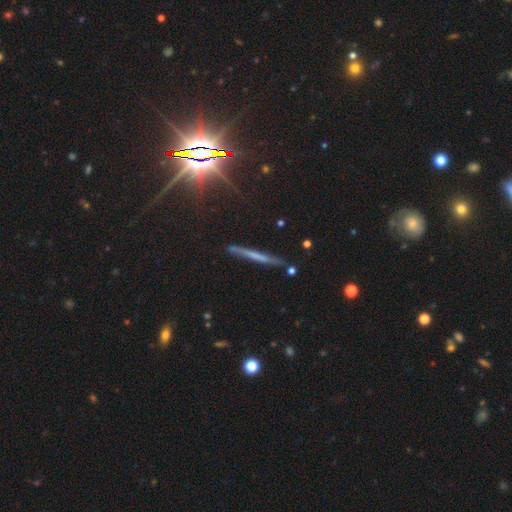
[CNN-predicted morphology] Smooth or featured?
  - featured or disk: 48% *
  - smooth: 38%
  - star or artifact: 14%
Merging?
  - none: 83% *
  - minor disturbance: 12%
  - major disturbance: 2%
  - merger: 2%